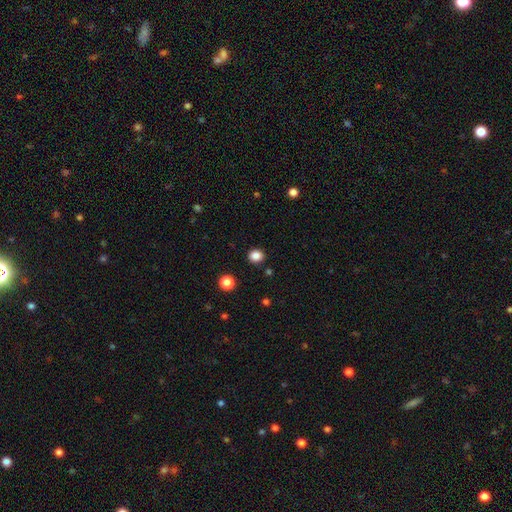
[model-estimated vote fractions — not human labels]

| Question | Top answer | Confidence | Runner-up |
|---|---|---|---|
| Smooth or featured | smooth | 85% | star or artifact (12%) |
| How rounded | round | 81% | in between (18%) |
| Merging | none | 90% | minor disturbance (6%) |